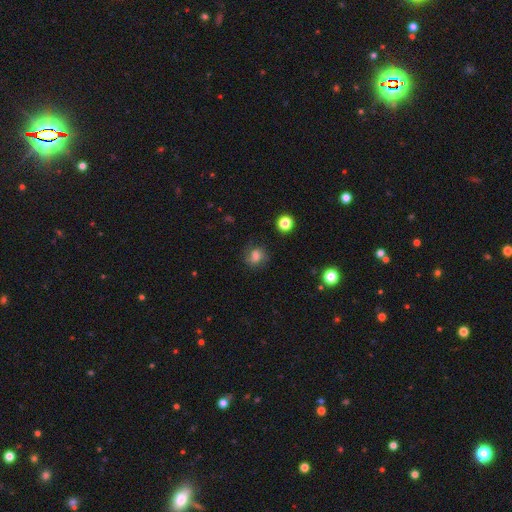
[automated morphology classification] Smooth or featured? Predicted: smooth (p=0.66). How rounded? Predicted: round (p=0.63). Merging? Predicted: none (p=0.69).